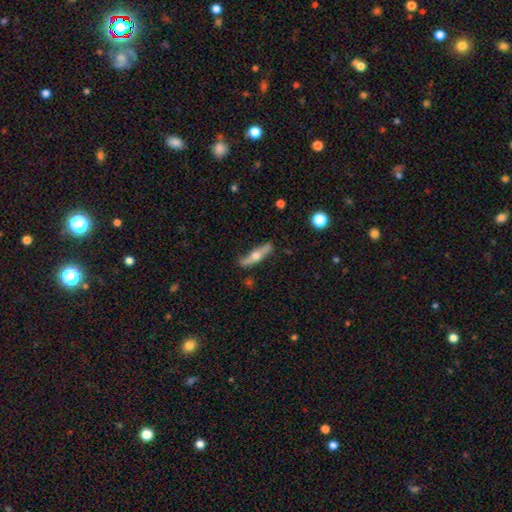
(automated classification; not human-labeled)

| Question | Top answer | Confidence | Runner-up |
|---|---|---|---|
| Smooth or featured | featured or disk | 54% | smooth (40%) |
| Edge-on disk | yes | 90% | no (10%) |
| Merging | none | 83% | minor disturbance (13%) |